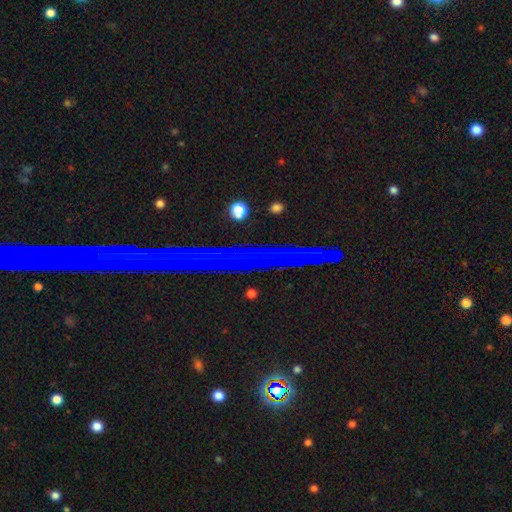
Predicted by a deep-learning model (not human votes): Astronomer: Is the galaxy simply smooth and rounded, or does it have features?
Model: star or artifact — 54% (runner-up: featured or disk, 33%).